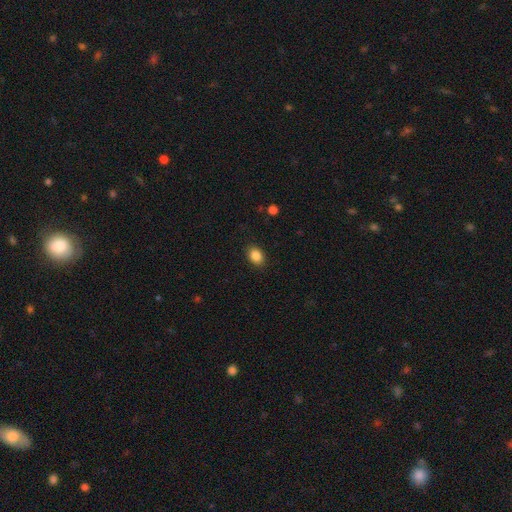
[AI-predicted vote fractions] smooth 87%, star or artifact 9%, featured or disk 4%. Down the decision tree: how rounded — in between (71%); merging — none (88%).